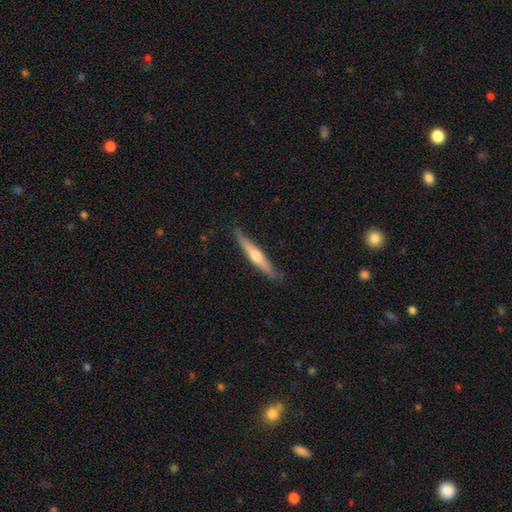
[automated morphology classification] Q: Smooth or featured?
A: featured or disk (62%); runner-up: smooth (33%)
Q: Edge-on disk?
A: yes (97%); runner-up: no (3%)
Q: Edge-on bulge?
A: rounded (88%); runner-up: none (8%)
Q: Merging?
A: none (87%); runner-up: minor disturbance (11%)